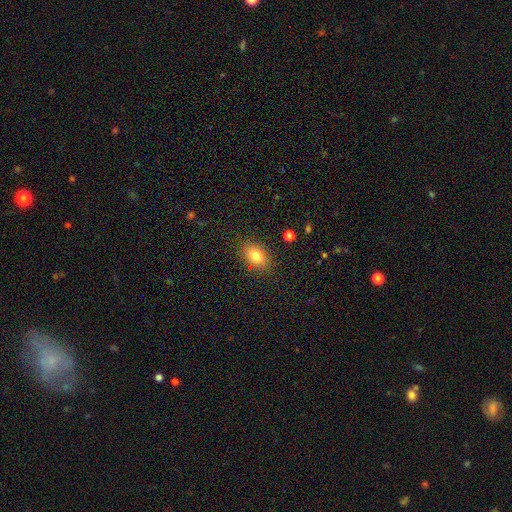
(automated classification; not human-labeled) smooth 80%, featured or disk 10%, star or artifact 10%. Down the decision tree: how rounded — in between (80%); merging — none (85%).